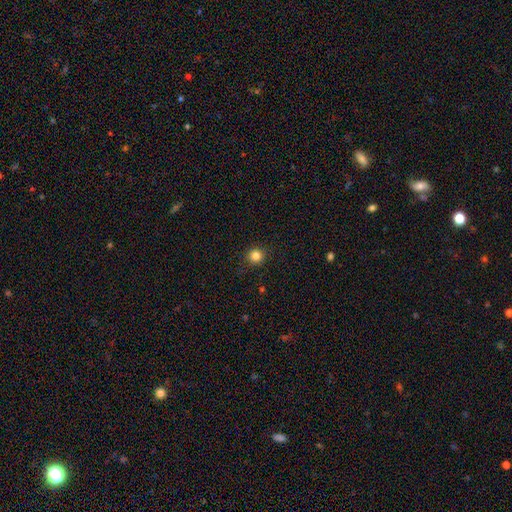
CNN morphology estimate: type=smooth (83%); roundness=round (94%); merging=none (90%).